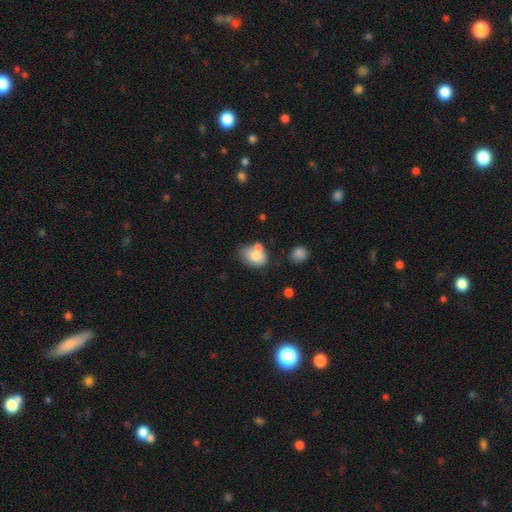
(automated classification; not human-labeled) A smooth galaxy with no disk features (77%) that is in between round and cigar-shaped (71%). Merging: none (43%).